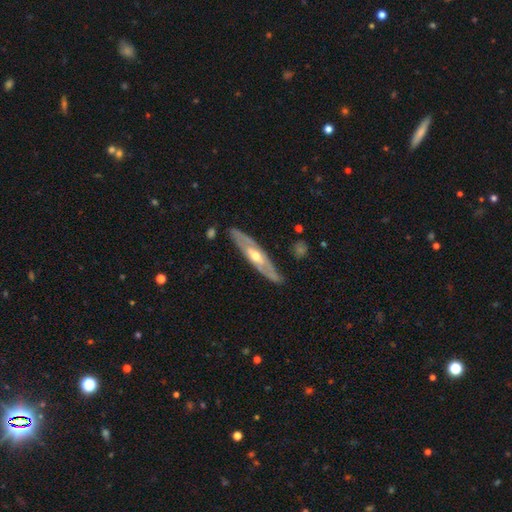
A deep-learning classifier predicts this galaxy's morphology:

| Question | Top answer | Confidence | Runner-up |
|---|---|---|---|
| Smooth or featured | featured or disk | 74% | smooth (21%) |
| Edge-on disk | yes | 51% | no (49%) |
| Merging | none | 84% | minor disturbance (12%) |